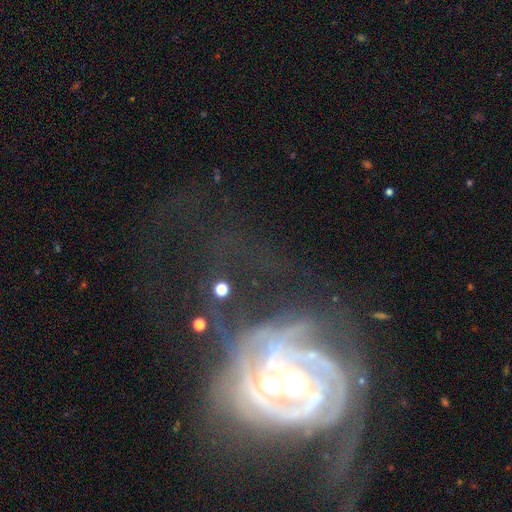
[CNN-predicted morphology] Smooth or featured?
  - featured or disk: 84% *
  - star or artifact: 9%
  - smooth: 7%
Edge-on disk?
  - no: 96% *
  - yes: 4%
Bar?
  - no: 51% *
  - weak: 28%
  - strong: 21%
Spiral arms?
  - yes: 90% *
  - no: 10%
Spiral winding?
  - tight: 63% *
  - medium: 28%
  - loose: 9%
Spiral arm count?
  - can't tell: 27% *
  - 2: 25%
  - 3: 23%
  - 4: 10%
  - 1: 8%
  - more than 4: 7%
Bulge size?
  - moderate: 63% *
  - small: 29%
  - large: 5%
  - none: 2%
  - dominant: 2%
Merging?
  - none: 30% *
  - merger: 29%
  - major disturbance: 26%
  - minor disturbance: 14%